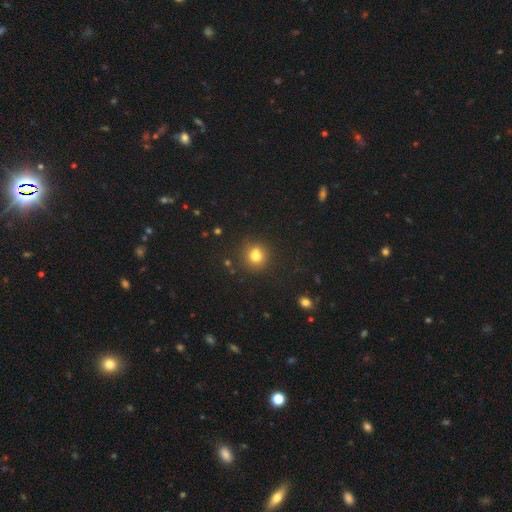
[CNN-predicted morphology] Overall: smooth (77%). How rounded: round (86%). Merging: none (75%).